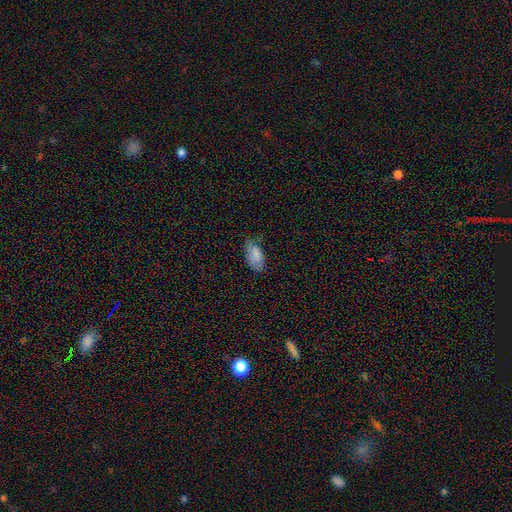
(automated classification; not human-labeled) Smooth or featured?
  - smooth: 80% *
  - featured or disk: 11%
  - star or artifact: 8%
How rounded?
  - in between: 93% *
  - cigar-shaped: 4%
  - round: 3%
Merging?
  - none: 47% *
  - minor disturbance: 39%
  - major disturbance: 13%
  - merger: 2%